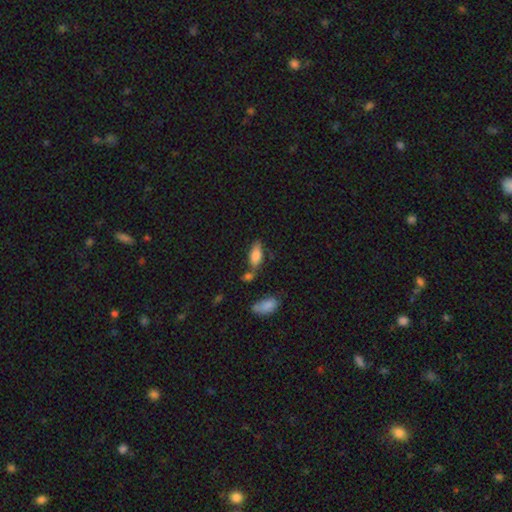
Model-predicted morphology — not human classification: Smooth or featured: smooth — 80% (featured or disk — 13%)
How rounded: in between — 79% (cigar-shaped — 18%)
Merging: none — 55% (minor disturbance — 22%)